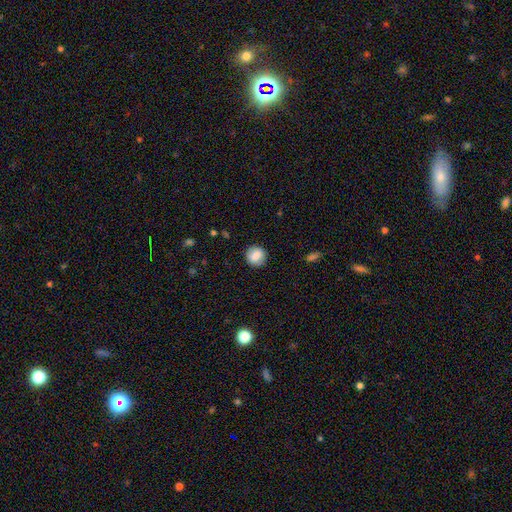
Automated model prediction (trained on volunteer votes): Smooth or featured?
  - smooth: 84% *
  - star or artifact: 8%
  - featured or disk: 7%
How rounded?
  - round: 89% *
  - in between: 10%
  - cigar-shaped: 1%
Merging?
  - none: 87% *
  - minor disturbance: 9%
  - major disturbance: 3%
  - merger: 1%